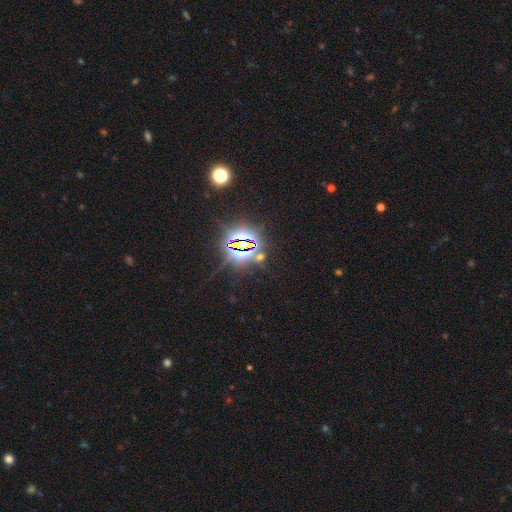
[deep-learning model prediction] Smooth or featured?
  - star or artifact: 84% *
  - smooth: 8%
  - featured or disk: 8%